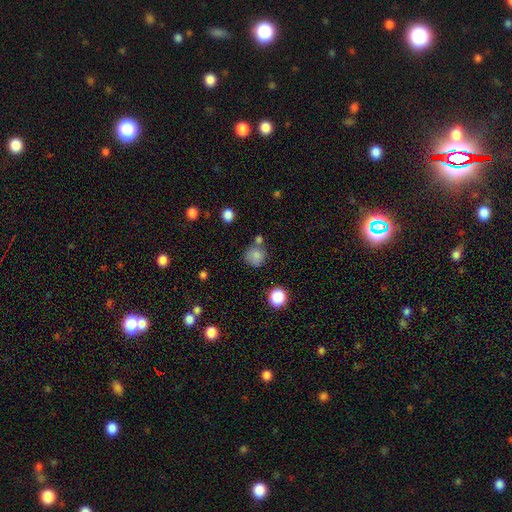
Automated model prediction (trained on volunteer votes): Q: Smooth or featured?
A: smooth (81%); runner-up: star or artifact (12%)
Q: How rounded?
A: round (88%); runner-up: in between (11%)
Q: Merging?
A: none (66%); runner-up: merger (15%)